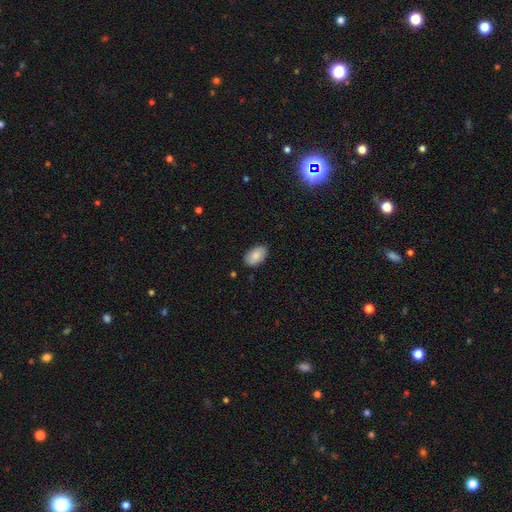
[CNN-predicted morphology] A smooth galaxy with no disk features (86%) that is in between round and cigar-shaped (93%).

Vote fractions:
- Smooth or featured? smooth: 86% / featured or disk: 8% / star or artifact: 6%
- How rounded? in between: 93% / round: 5% / cigar-shaped: 1%
- Merging? none: 87% / minor disturbance: 10% / major disturbance: 2% / merger: 1%